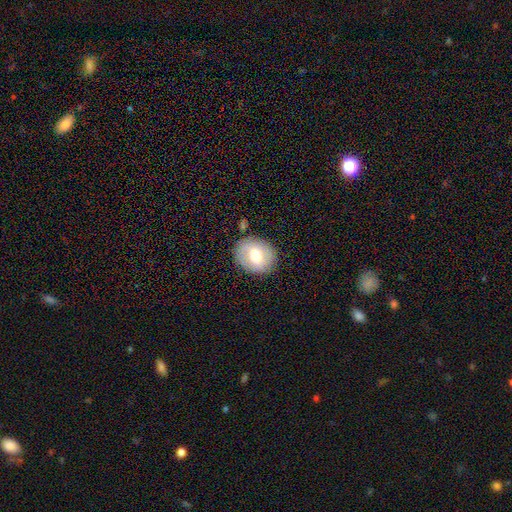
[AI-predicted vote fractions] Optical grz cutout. It shows a smooth galaxy with no disk features (59%) that is round (59%). Merging: none (82%).